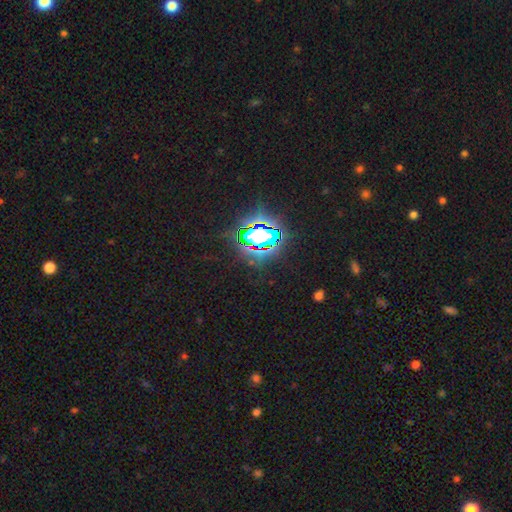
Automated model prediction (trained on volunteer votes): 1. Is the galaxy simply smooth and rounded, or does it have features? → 79% star or artifact, 13% smooth, 8% featured or disk.